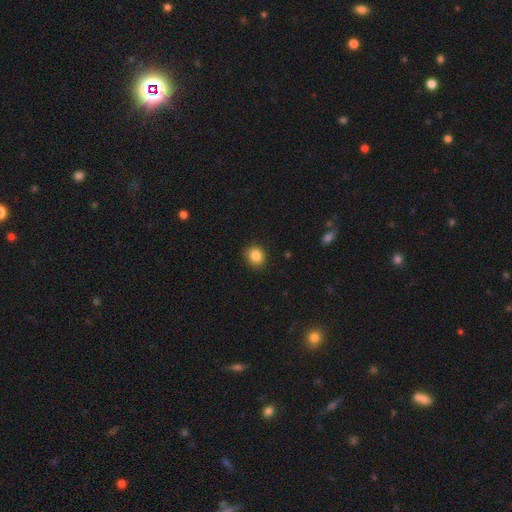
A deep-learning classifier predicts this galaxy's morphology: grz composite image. It shows a smooth galaxy with no disk features (85%) that is round (73%). Merging: none (89%).